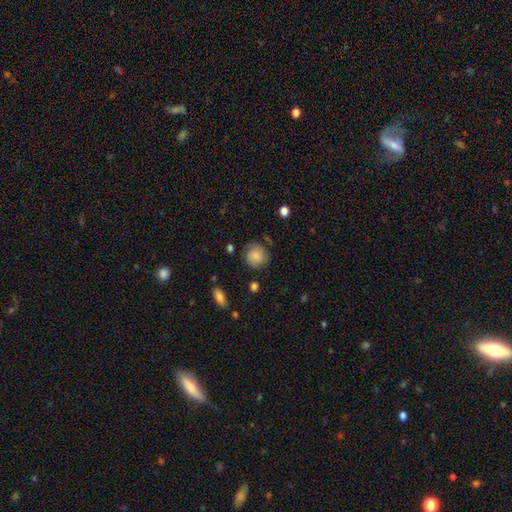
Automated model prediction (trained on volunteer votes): smooth 74%, featured or disk 18%, star or artifact 8%. Down the decision tree: how rounded — round (86%); merging — none (74%).